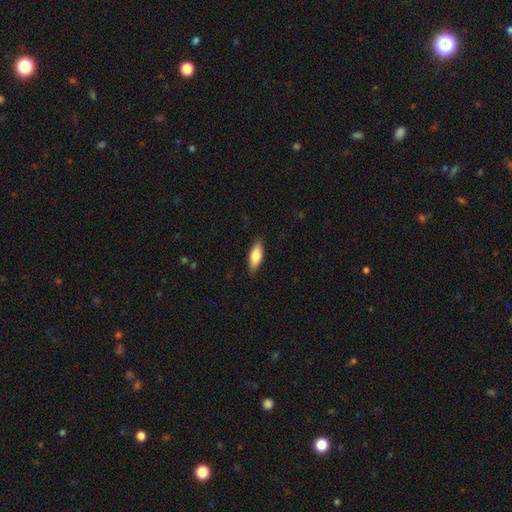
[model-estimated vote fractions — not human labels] smooth-or-featured: smooth: 76% | featured or disk: 18% | star or artifact: 6%
  how-rounded: in between: 72% | cigar-shaped: 26% | round: 2%
  merging: none: 87% | minor disturbance: 10% | major disturbance: 2% | merger: 1%